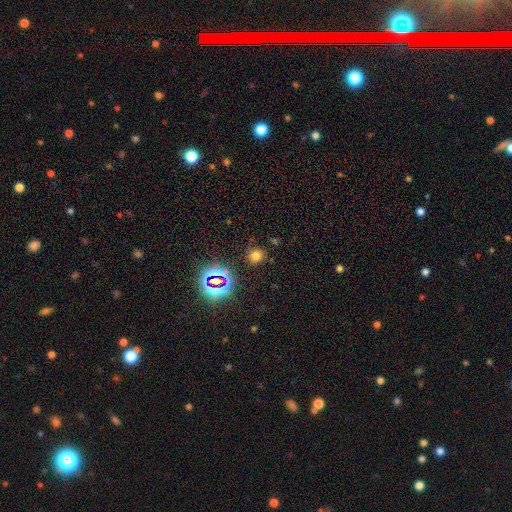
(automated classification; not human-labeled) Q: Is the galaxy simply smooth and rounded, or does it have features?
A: smooth — 66%.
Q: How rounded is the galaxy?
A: round — 80%.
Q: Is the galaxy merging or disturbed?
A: none — 83%.